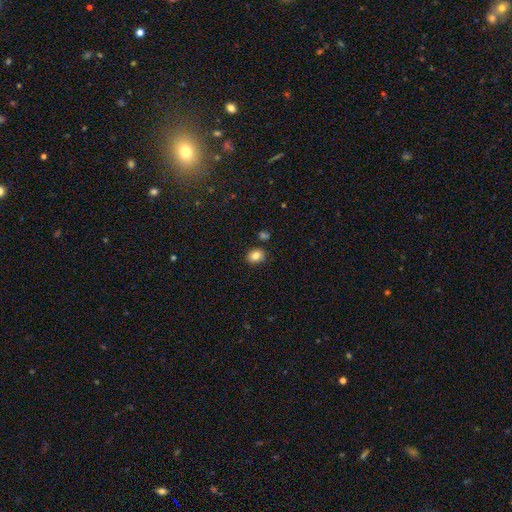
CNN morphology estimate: Smooth or featured? smooth (83%)
How rounded? in between (55%)
Merging? none (85%)